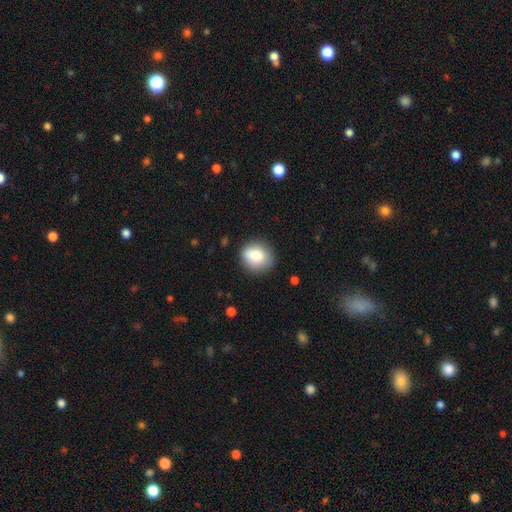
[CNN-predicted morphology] The model was most divided on "how rounded": round: 78%, in between: 21%, cigar-shaped: 1%. More confident: merging — none (83%); smooth or featured — smooth (81%).